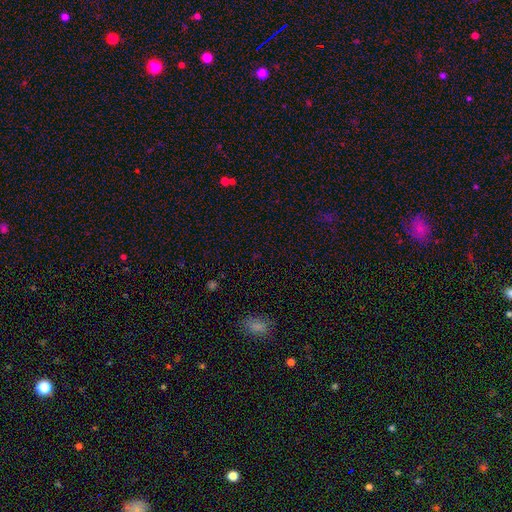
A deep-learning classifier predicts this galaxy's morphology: Smooth or featured? Predicted: star or artifact (p=0.60).